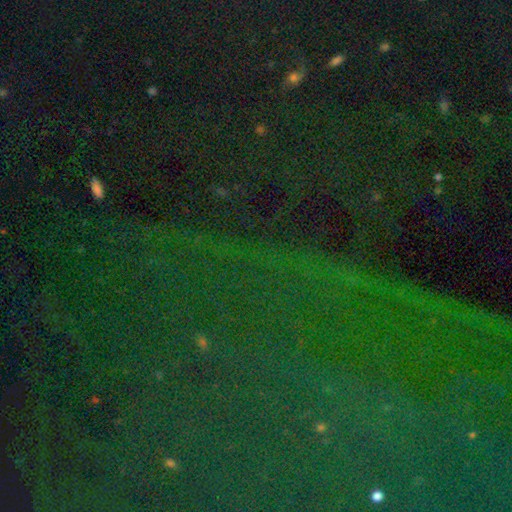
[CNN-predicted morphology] Smooth or featured? Predicted: star or artifact (p=0.82).